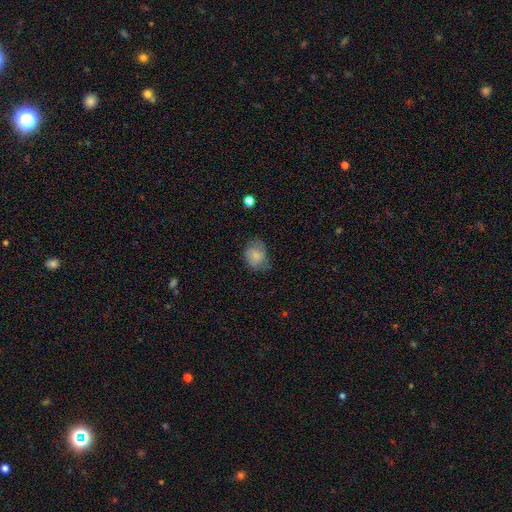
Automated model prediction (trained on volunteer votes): This appears to be a smooth galaxy with no disk features (73%) that is in between round and cigar-shaped (58%). Merging: none (54%).